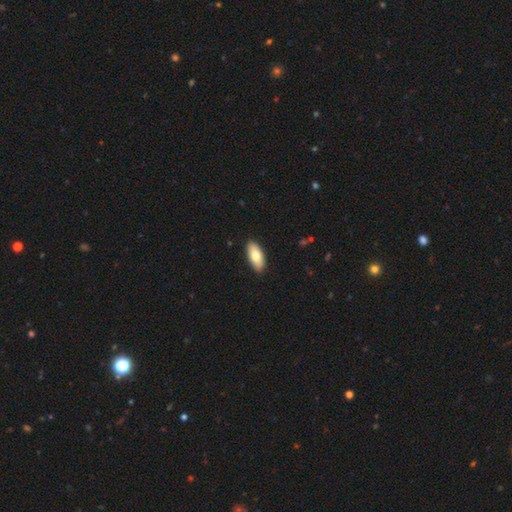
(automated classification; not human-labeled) smooth_or_featured: smooth (p=0.78) [alt: featured or disk p=0.16]
how_rounded: in between (p=0.85) [alt: cigar-shaped p=0.13]
merging: none (p=0.89) [alt: minor disturbance p=0.08]